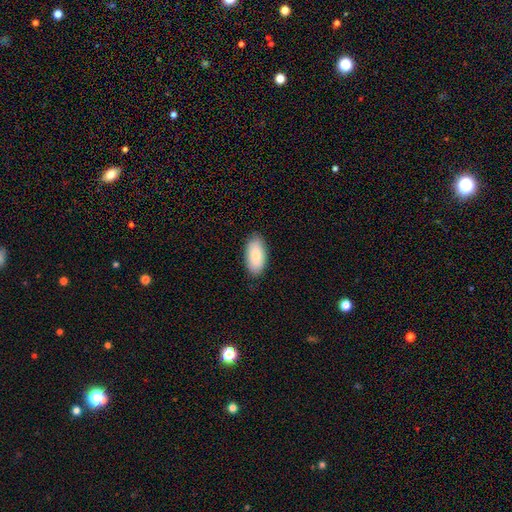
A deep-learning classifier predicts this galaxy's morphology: A smooth galaxy with no disk features (85%) that is in between round and cigar-shaped (94%). Merging: none (87%).